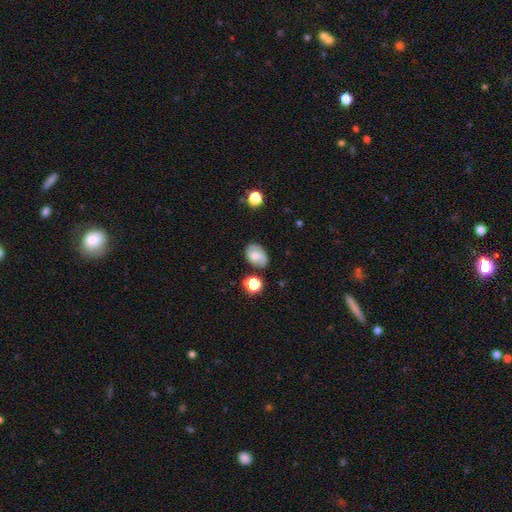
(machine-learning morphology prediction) Smooth or featured? Predicted: smooth (p=0.55). How rounded? Predicted: in between (p=0.73). Merging? Predicted: none (p=0.63).